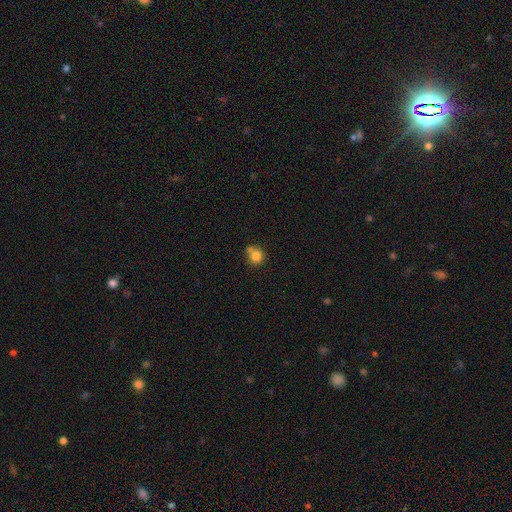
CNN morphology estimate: A smooth galaxy with no disk features (80%) that is round (84%). Merging: none (50%).